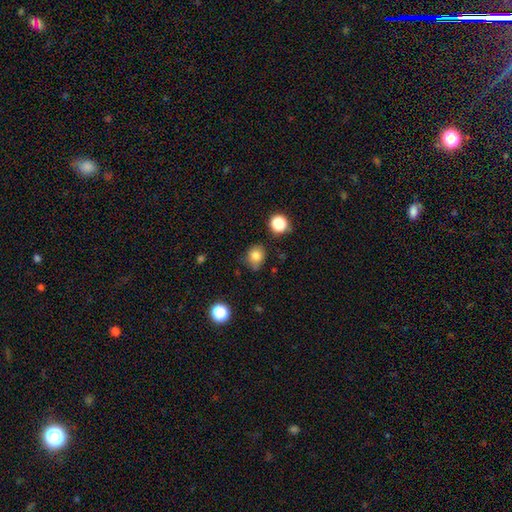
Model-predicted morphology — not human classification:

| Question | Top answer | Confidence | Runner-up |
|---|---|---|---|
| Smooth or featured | smooth | 80% | star or artifact (12%) |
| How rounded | round | 68% | in between (31%) |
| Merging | none | 68% | minor disturbance (23%) |